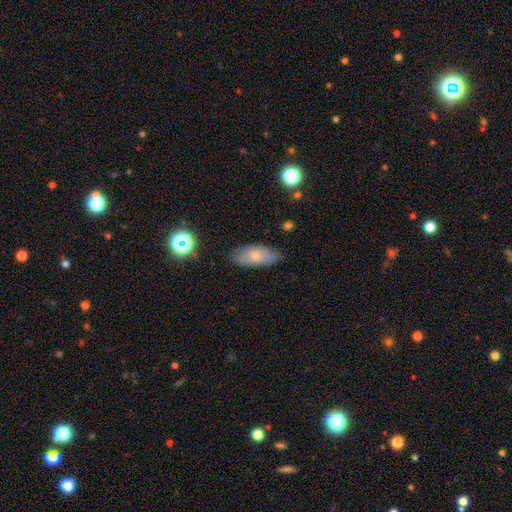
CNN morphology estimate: This appears to be a smooth galaxy with no disk features (68%) that is in between round and cigar-shaped (87%). Merging: none (77%).